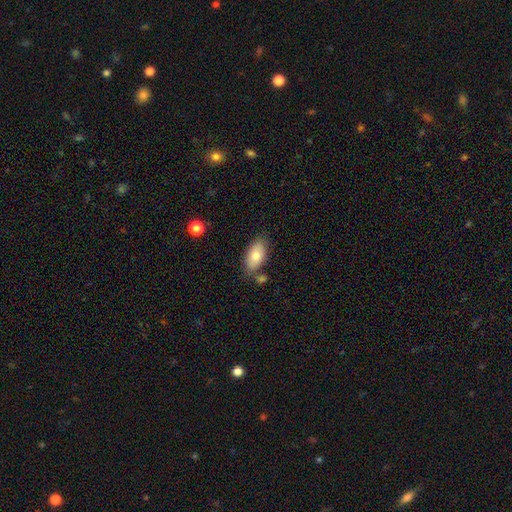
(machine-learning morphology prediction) Overall: smooth (78%). How rounded: in between (93%). Merging: none (72%).